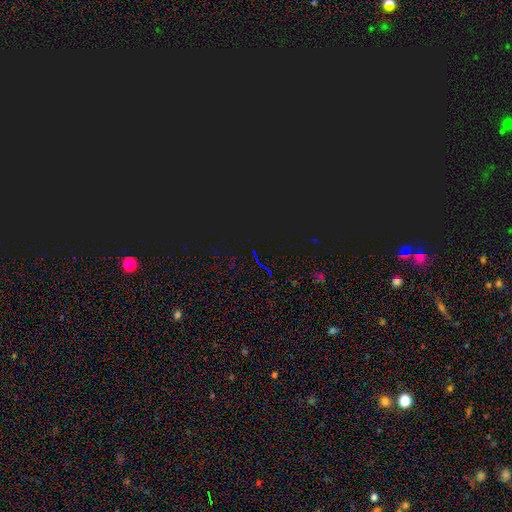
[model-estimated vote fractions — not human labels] Smooth or featured? star or artifact (83%)